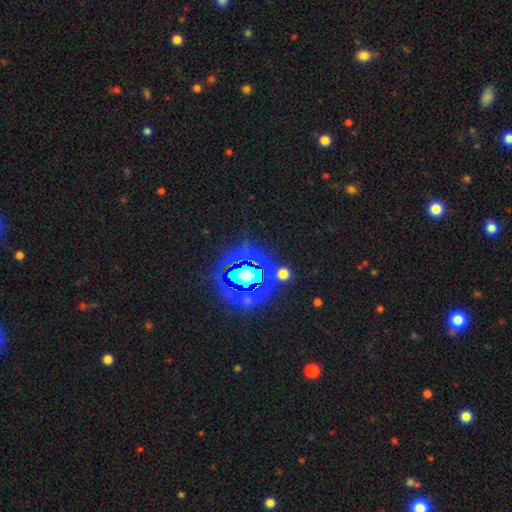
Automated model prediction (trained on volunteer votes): A star or artifact, not a galaxy (85%).

Vote fractions:
- Smooth or featured? star or artifact: 85% / smooth: 9% / featured or disk: 6%